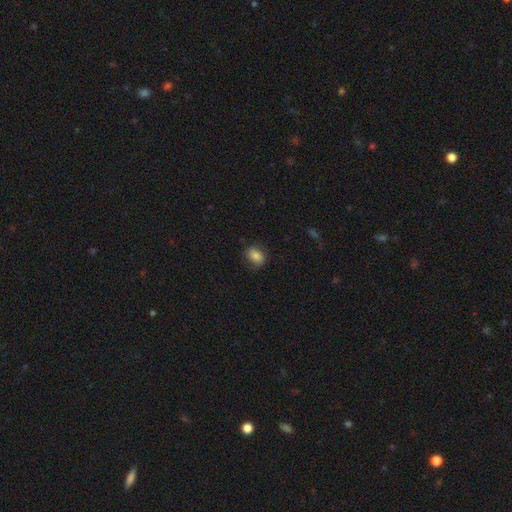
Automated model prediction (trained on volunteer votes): Smooth or featured? Predicted: smooth (p=0.80). How rounded? Predicted: in between (p=0.68). Merging? Predicted: none (p=0.74).